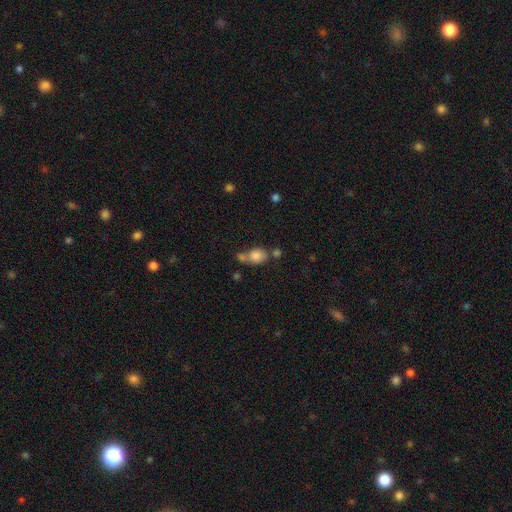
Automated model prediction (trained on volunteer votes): Smooth or featured? smooth (82%)
How rounded? in between (57%)
Merging? none (41%)